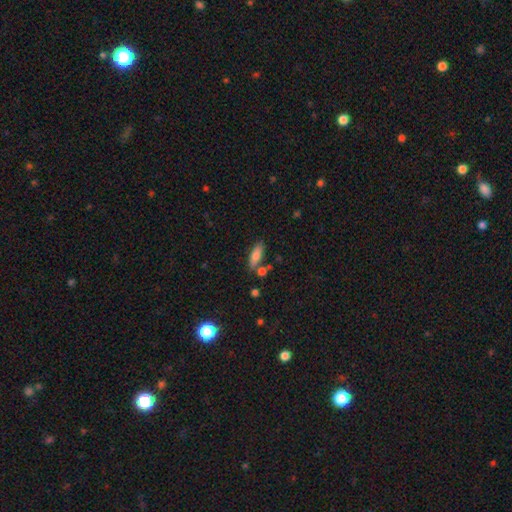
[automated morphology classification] This appears to be a smooth galaxy with no disk features (79%) that is in between round and cigar-shaped (58%). Merging: none (71%).